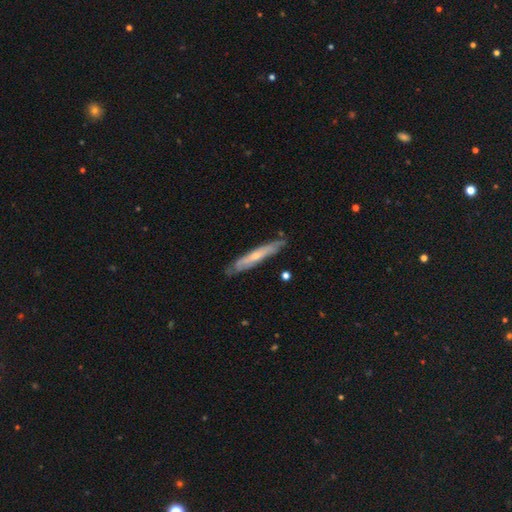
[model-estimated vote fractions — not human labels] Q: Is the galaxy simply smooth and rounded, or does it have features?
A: featured or disk — 63%.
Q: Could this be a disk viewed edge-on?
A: yes — 71%.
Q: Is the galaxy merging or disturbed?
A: none — 79%.